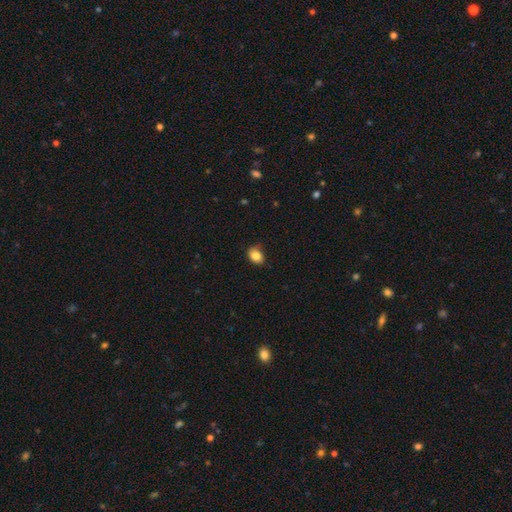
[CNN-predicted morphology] type=smooth (85%); roundness=in between (69%); merging=none (77%).